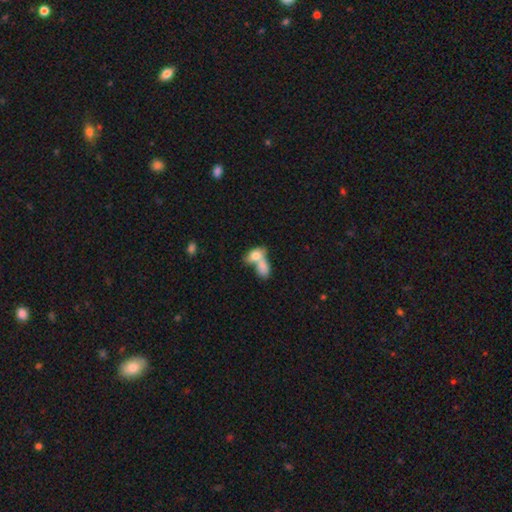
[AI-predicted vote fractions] A smooth galaxy with no disk features (76%) that is in between round and cigar-shaped (83%).

Vote fractions:
- Smooth or featured? smooth: 76% / featured or disk: 16% / star or artifact: 7%
- How rounded? in between: 83% / round: 13% / cigar-shaped: 4%
- Merging? merger: 71% / none: 18% / minor disturbance: 6% / major disturbance: 5%